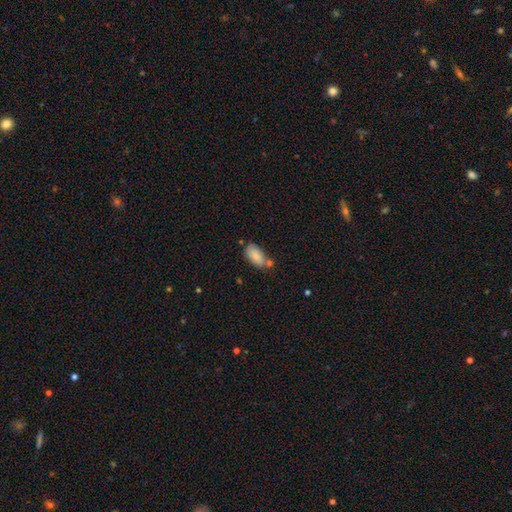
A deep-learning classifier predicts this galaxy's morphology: Q: Smooth or featured?
A: smooth (80%); runner-up: featured or disk (13%)
Q: How rounded?
A: in between (93%); runner-up: cigar-shaped (4%)
Q: Merging?
A: none (55%); runner-up: minor disturbance (21%)